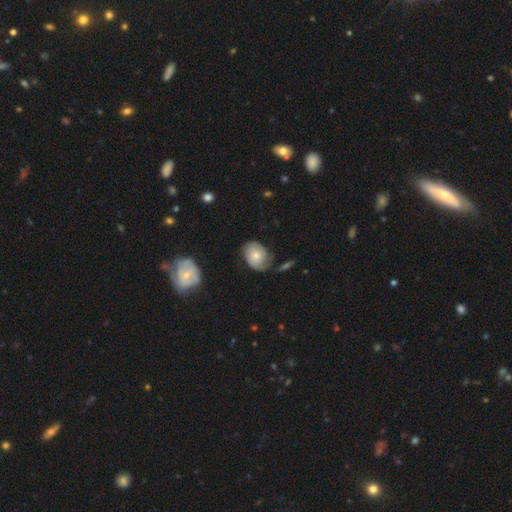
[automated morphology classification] Smooth or featured? featured or disk (63%)
Edge-on disk? no (97%)
Bar? no (78%)
Spiral arms? yes (89%)
Spiral winding? tight (57%)
Spiral arm count? 2 (57%)
Bulge size? moderate (50%)
Merging? none (60%)